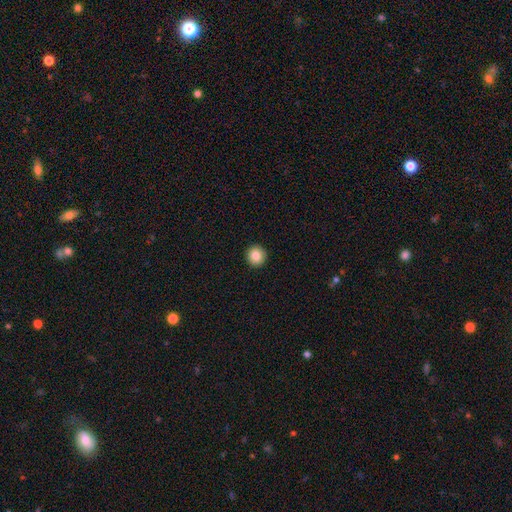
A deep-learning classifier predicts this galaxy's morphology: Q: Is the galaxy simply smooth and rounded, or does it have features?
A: smooth — 84%.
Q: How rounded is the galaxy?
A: round — 94%.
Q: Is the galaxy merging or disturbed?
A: none — 93%.